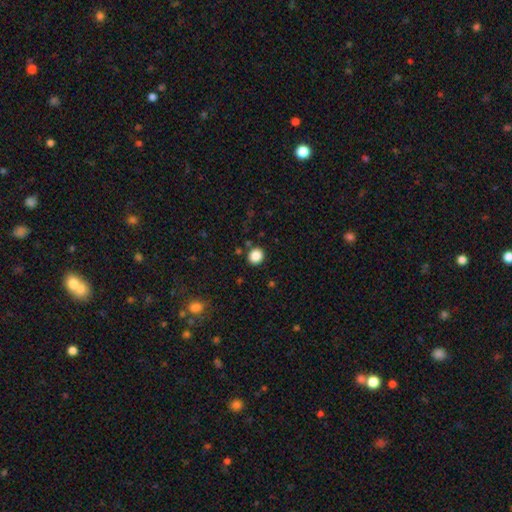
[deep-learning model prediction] Smooth or featured?
  - smooth: 86% *
  - star or artifact: 10%
  - featured or disk: 3%
How rounded?
  - round: 86% *
  - in between: 13%
  - cigar-shaped: 1%
Merging?
  - none: 88% *
  - minor disturbance: 6%
  - merger: 3%
  - major disturbance: 2%